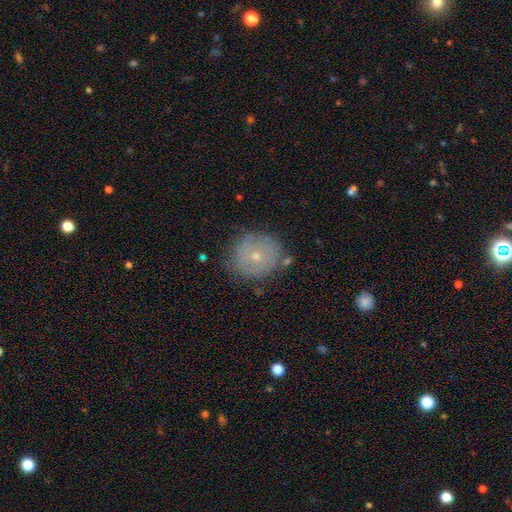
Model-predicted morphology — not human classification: A smooth galaxy with no disk features (54%) that is round (84%). Merging: none (75%).